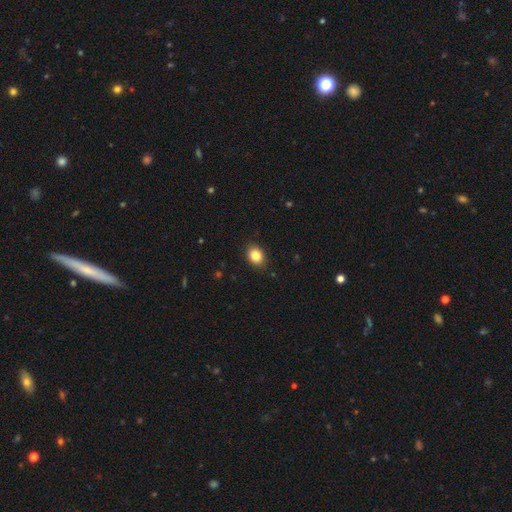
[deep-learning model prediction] Smooth or featured? Predicted: smooth (p=0.85). How rounded? Predicted: in between (p=0.57). Merging? Predicted: none (p=0.87).